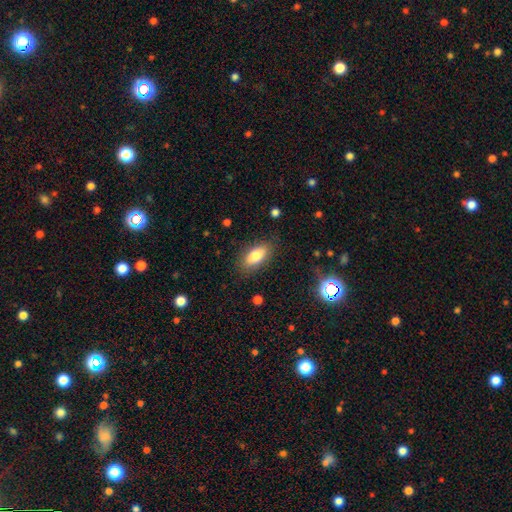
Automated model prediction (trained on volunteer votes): Smooth or featured: smooth — 79% (featured or disk — 13%)
How rounded: in between — 87% (cigar-shaped — 9%)
Merging: none — 84% (minor disturbance — 12%)